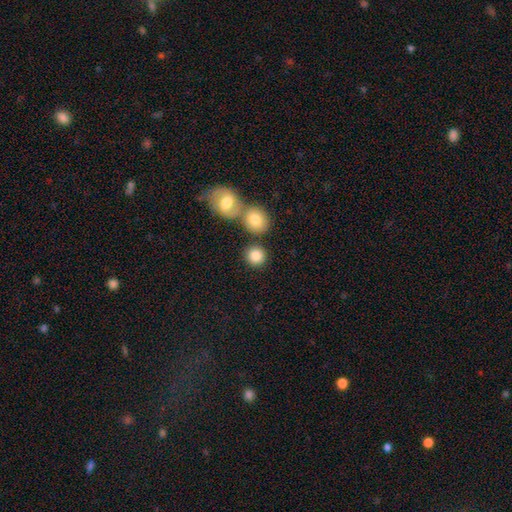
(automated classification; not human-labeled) Smooth or featured?
  - smooth: 85% *
  - star or artifact: 9%
  - featured or disk: 7%
How rounded?
  - round: 88% *
  - in between: 11%
  - cigar-shaped: 1%
Merging?
  - none: 75% *
  - merger: 14%
  - minor disturbance: 8%
  - major disturbance: 3%